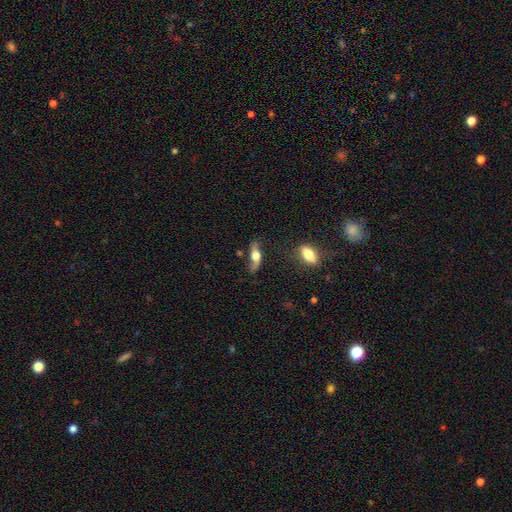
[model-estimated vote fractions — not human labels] Smooth or featured?
  - featured or disk: 57% *
  - smooth: 36%
  - star or artifact: 8%
Edge-on disk?
  - no: 58% *
  - yes: 42%
Merging?
  - none: 60% *
  - minor disturbance: 23%
  - major disturbance: 13%
  - merger: 4%